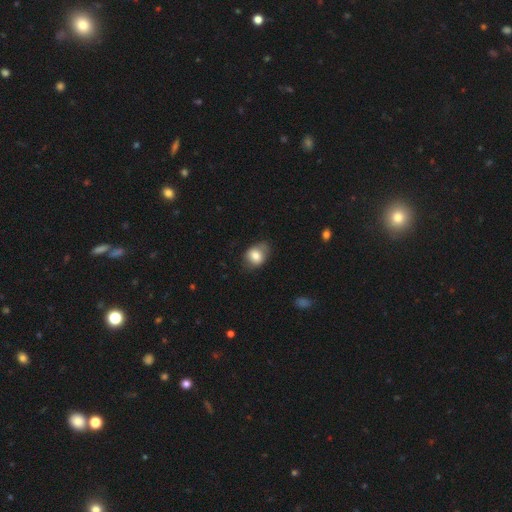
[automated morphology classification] A smooth galaxy with no disk features (77%) that is in between round and cigar-shaped (54%).

Vote fractions:
- Smooth or featured? smooth: 77% / featured or disk: 14% / star or artifact: 8%
- How rounded? in between: 54% / round: 45% / cigar-shaped: 1%
- Merging? none: 63% / minor disturbance: 28% / major disturbance: 8% / merger: 1%